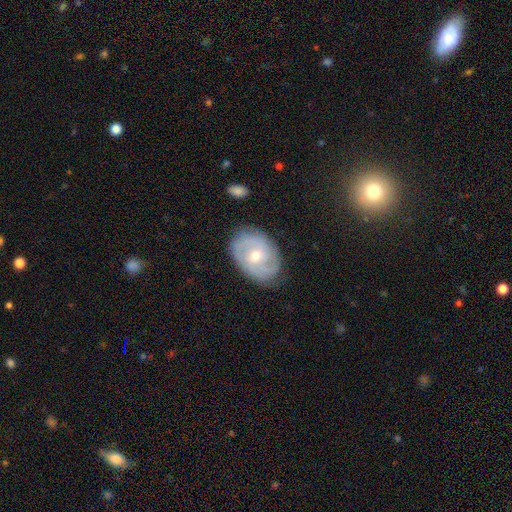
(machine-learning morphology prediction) smooth_or_featured: featured or disk (p=0.74) [alt: smooth p=0.19]
disk_edge_on: no (p=0.96) [alt: yes p=0.04]
bar: no (p=0.62) [alt: weak p=0.32]
has_spiral_arms: yes (p=0.85) [alt: no p=0.15]
spiral_winding: tight (p=0.57) [alt: medium p=0.33]
spiral_arm_count: 2 (p=0.42) [alt: can't tell p=0.29]
bulge_size: moderate (p=0.64) [alt: small p=0.32]
merging: none (p=0.78) [alt: minor disturbance p=0.16]